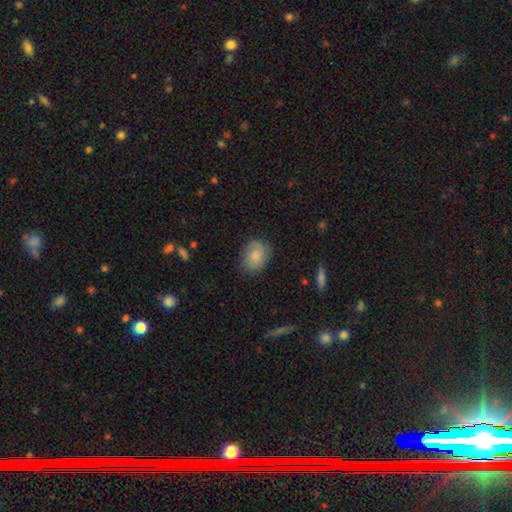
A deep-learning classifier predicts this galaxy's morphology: smooth_or_featured: smooth (p=0.74) [alt: featured or disk p=0.19]
how_rounded: in between (p=0.61) [alt: round p=0.38]
merging: none (p=0.74) [alt: minor disturbance p=0.20]